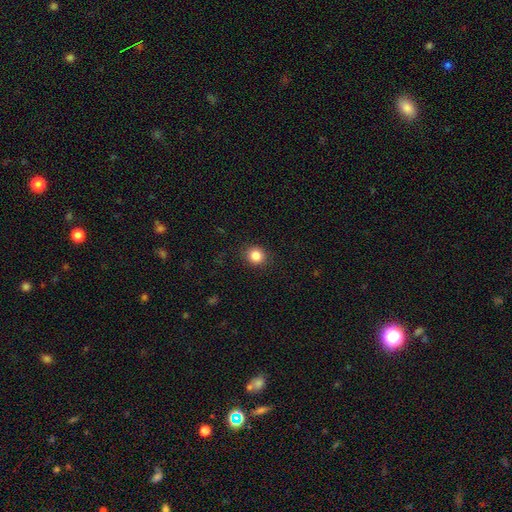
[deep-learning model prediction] The model was most divided on "how rounded": round: 86%, in between: 13%, cigar-shaped: 1%. More confident: merging — none (90%); smooth or featured — smooth (85%).